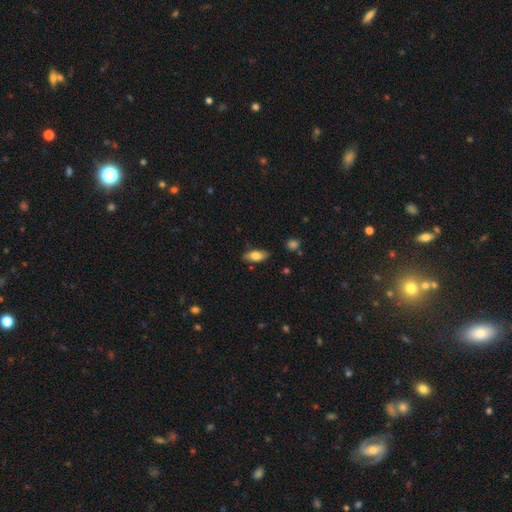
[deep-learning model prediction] A smooth galaxy with no disk features (76%) that is in between round and cigar-shaped (85%). Merging: none (81%).